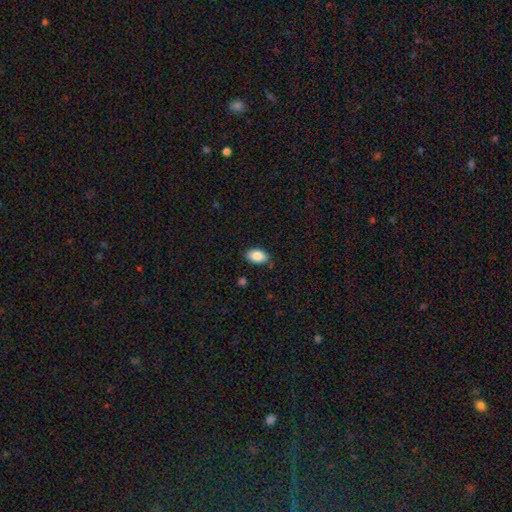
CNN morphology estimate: type=smooth (87%); roundness=in between (92%); merging=none (83%).